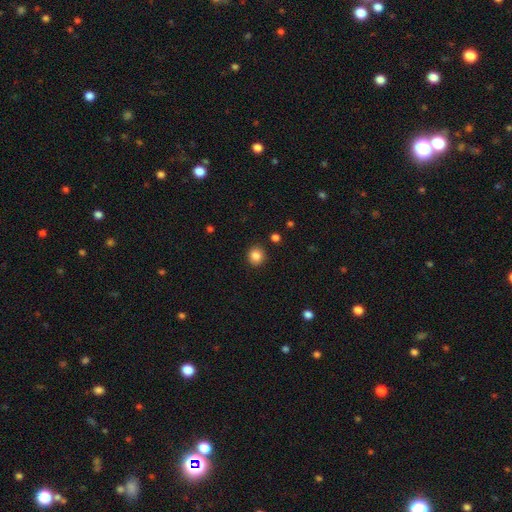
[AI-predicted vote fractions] Smooth or featured? Predicted: smooth (p=0.85). How rounded? Predicted: round (p=0.87). Merging? Predicted: none (p=0.91).